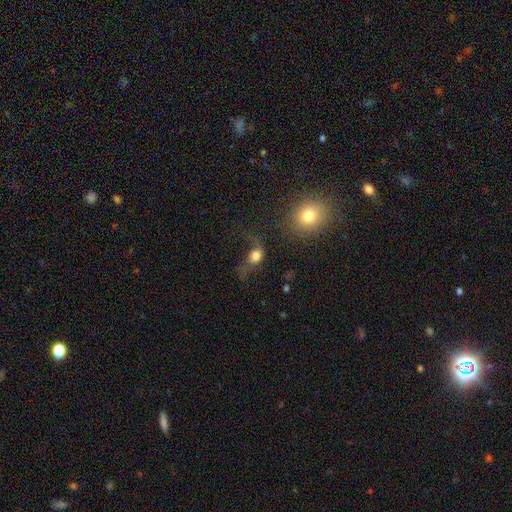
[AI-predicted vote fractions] This is likely a smooth galaxy (65%). How rounded: possibly in between (48%, tied with round). Merging: marginally major disturbance (43%).